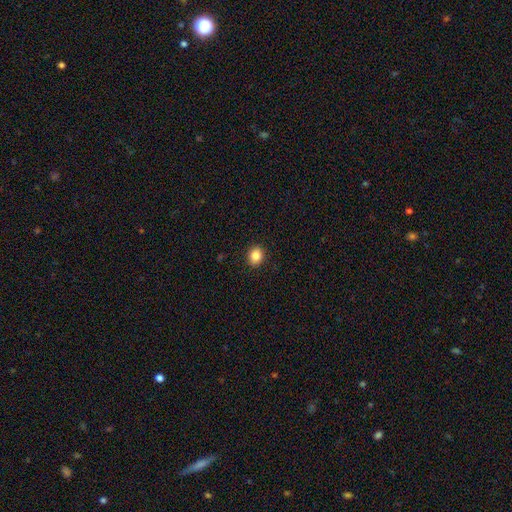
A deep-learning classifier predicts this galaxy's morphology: This is clearly a smooth galaxy (86%). How rounded: likely round (60%). Merging: clearly none (91%).